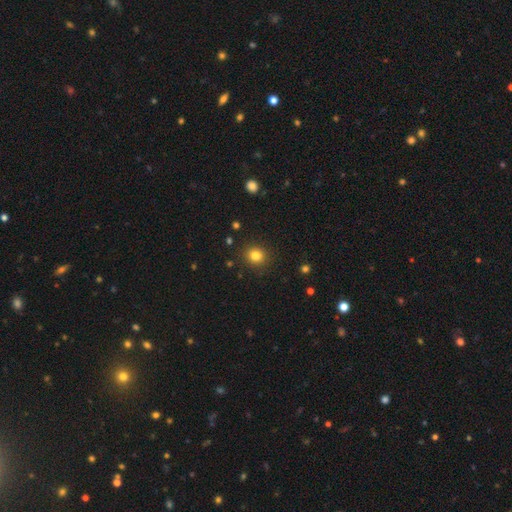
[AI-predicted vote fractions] Smooth or featured: smooth — 82% (star or artifact — 12%)
How rounded: round — 79% (in between — 20%)
Merging: none — 89% (minor disturbance — 7%)